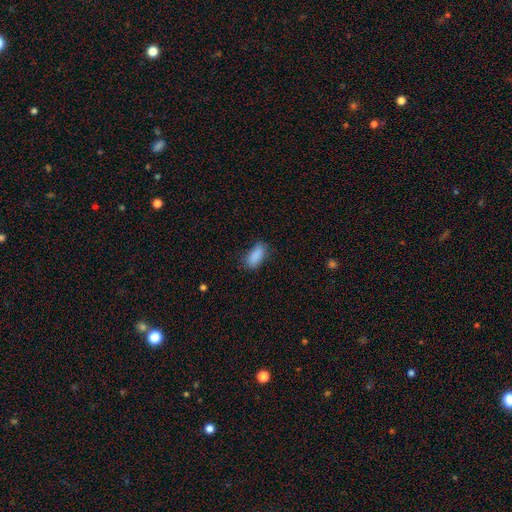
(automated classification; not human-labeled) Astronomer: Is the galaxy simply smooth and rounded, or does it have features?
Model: smooth — 88%.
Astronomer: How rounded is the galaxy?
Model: in between — 86%.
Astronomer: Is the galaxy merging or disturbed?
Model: none — 75%.